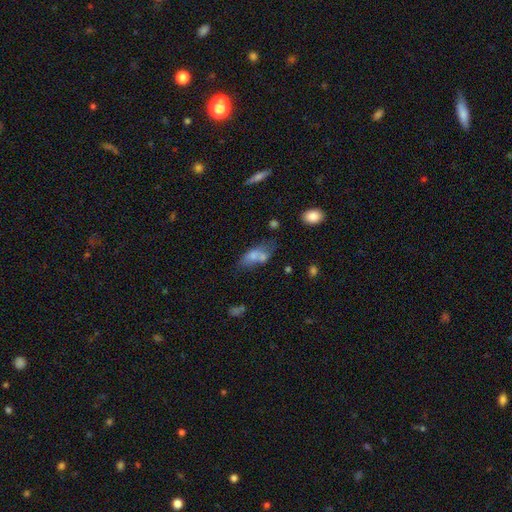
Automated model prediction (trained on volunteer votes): Smooth or featured?
  - smooth: 65% *
  - featured or disk: 24%
  - star or artifact: 11%
How rounded?
  - in between: 82% *
  - cigar-shaped: 10%
  - round: 8%
Merging?
  - merger: 39% *
  - none: 28%
  - minor disturbance: 19%
  - major disturbance: 14%